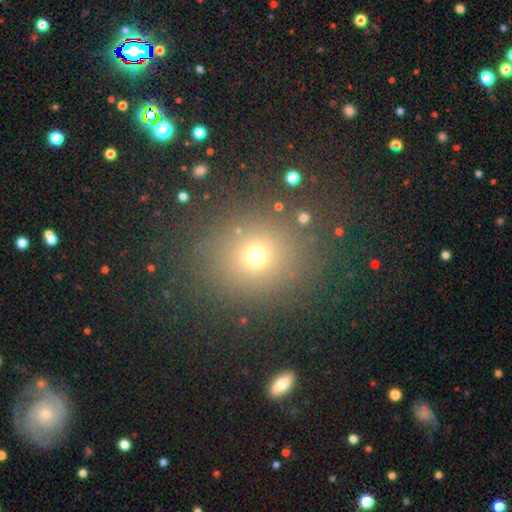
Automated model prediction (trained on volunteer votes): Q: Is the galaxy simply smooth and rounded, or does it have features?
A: smooth — 67%.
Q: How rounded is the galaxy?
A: round — 81%.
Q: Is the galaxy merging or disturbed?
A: none — 83%.